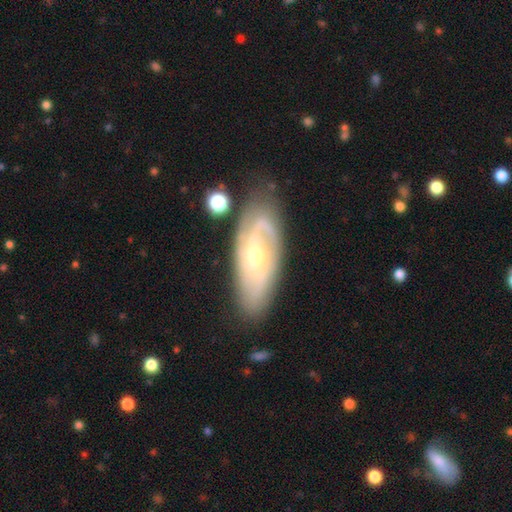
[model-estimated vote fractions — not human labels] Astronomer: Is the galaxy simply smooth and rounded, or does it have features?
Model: featured or disk — 81%.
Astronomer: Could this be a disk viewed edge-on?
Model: no — 91%.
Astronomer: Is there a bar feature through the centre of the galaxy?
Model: no — 45% (runner-up: weak, 43%).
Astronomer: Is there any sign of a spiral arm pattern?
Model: yes — 93%.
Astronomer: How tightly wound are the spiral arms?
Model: tight — 46% (runner-up: medium, 40%).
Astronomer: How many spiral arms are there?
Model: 2 — 51%.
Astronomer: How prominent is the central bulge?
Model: moderate — 50% (runner-up: small, 44%).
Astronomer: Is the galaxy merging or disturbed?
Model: none — 73%.